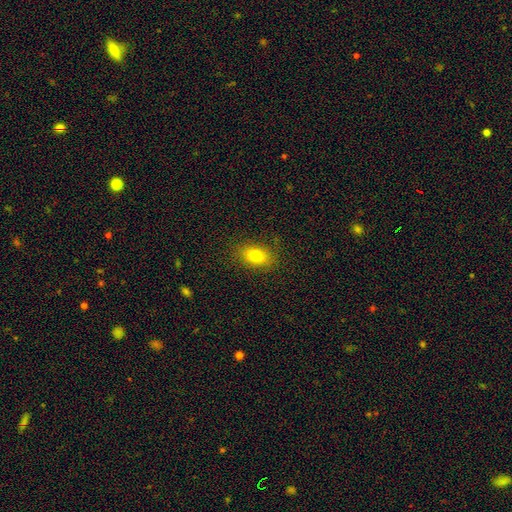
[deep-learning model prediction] A smooth galaxy with no disk features (79%) that is in between round and cigar-shaped (81%).

Vote fractions:
- Smooth or featured? smooth: 79% / featured or disk: 10% / star or artifact: 10%
- How rounded? in between: 81% / round: 16% / cigar-shaped: 2%
- Merging? none: 86% / minor disturbance: 10% / major disturbance: 3% / merger: 1%